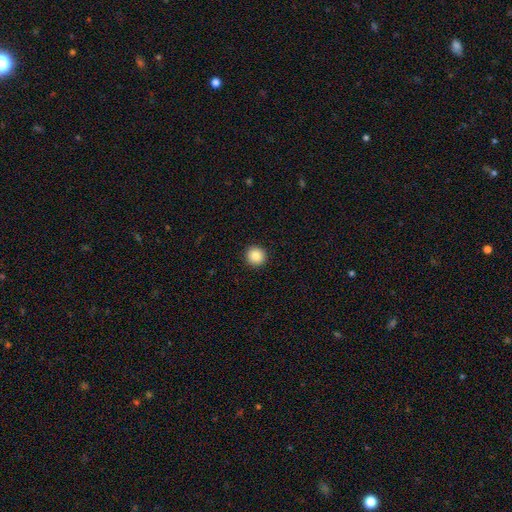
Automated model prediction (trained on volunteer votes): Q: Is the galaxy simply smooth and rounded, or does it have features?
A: smooth — 85%.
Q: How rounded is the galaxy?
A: round — 94%.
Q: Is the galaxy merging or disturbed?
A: none — 93%.